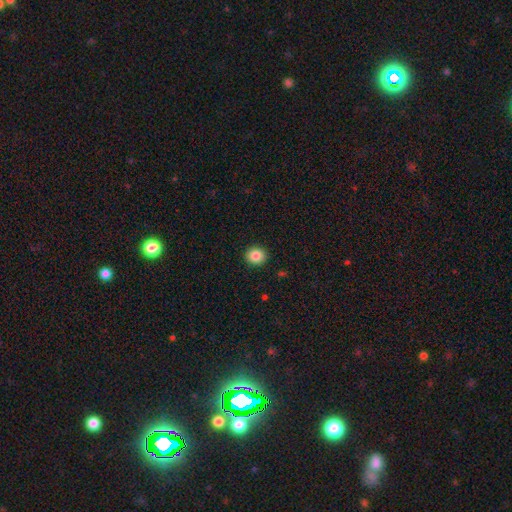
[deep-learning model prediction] The model was most divided on "how rounded": round: 81%, in between: 18%, cigar-shaped: 1%. More confident: merging — none (92%); smooth or featured — smooth (85%).